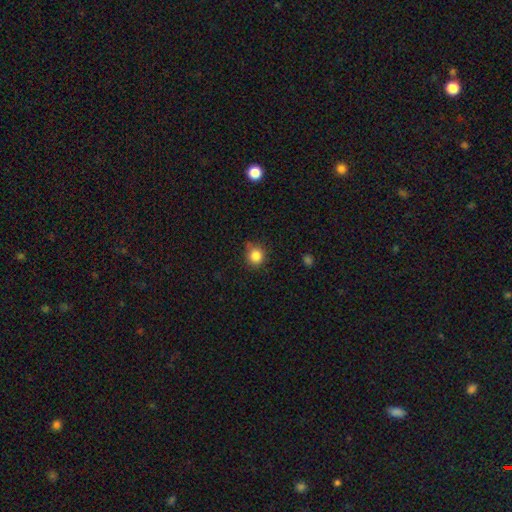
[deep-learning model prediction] Smooth or featured? smooth (85%)
How rounded? round (86%)
Merging? none (75%)